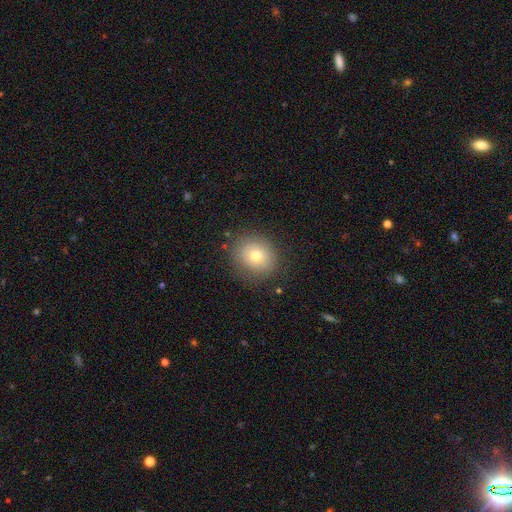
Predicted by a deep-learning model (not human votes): Morphology: type=smooth (73%); roundness=round (79%); merging=none (84%).